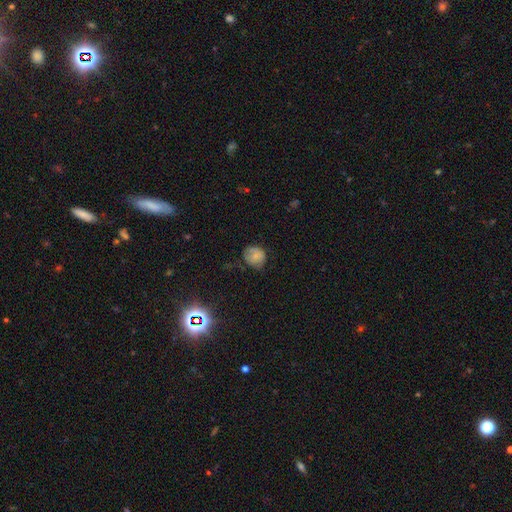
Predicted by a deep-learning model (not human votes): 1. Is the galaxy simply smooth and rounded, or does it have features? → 71% smooth, 17% featured or disk, 12% star or artifact.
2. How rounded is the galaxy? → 71% round, 29% in between, 1% cigar-shaped.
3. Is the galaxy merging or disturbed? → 57% none, 32% minor disturbance, 10% major disturbance, 2% merger.